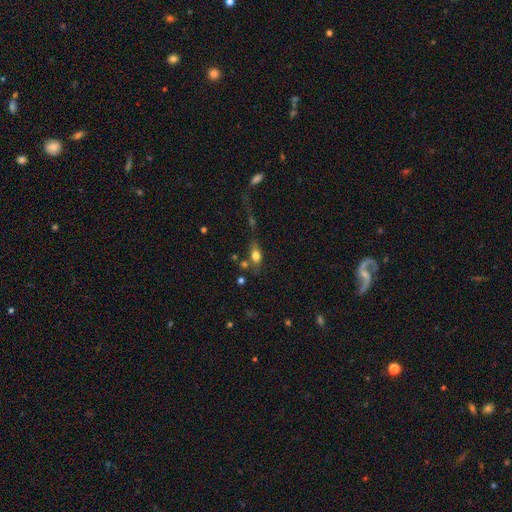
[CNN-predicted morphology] A smooth galaxy with no disk features (72%) that is in between round and cigar-shaped (76%).

Vote fractions:
- Smooth or featured? smooth: 72% / featured or disk: 18% / star or artifact: 10%
- How rounded? in between: 76% / round: 13% / cigar-shaped: 11%
- Merging? none: 52% / minor disturbance: 18% / merger: 18% / major disturbance: 12%